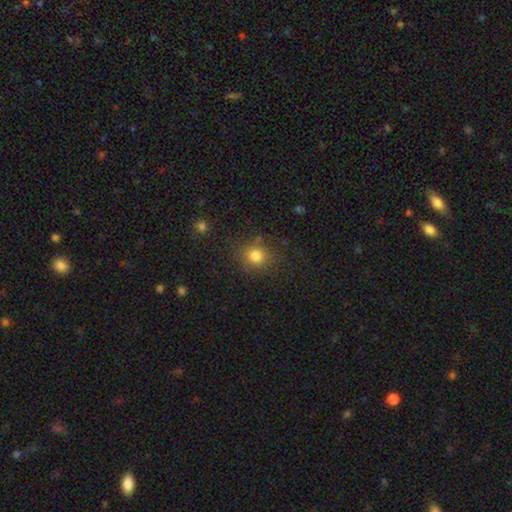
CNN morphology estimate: Smooth or featured: smooth — 80% (star or artifact — 14%)
How rounded: round — 84% (in between — 15%)
Merging: none — 82% (minor disturbance — 11%)